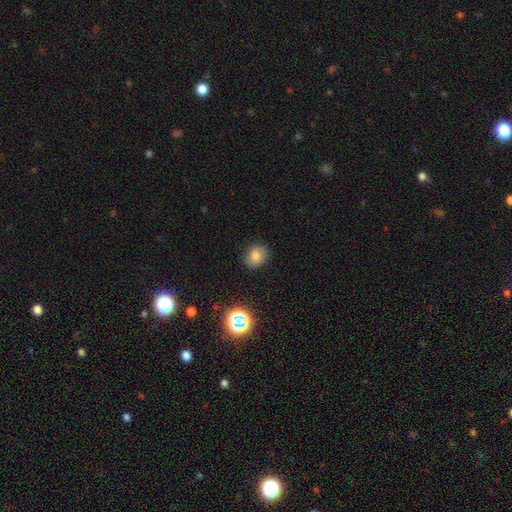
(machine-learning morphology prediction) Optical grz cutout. It shows a smooth galaxy with no disk features (78%) that is round (62%). Merging: none (85%).